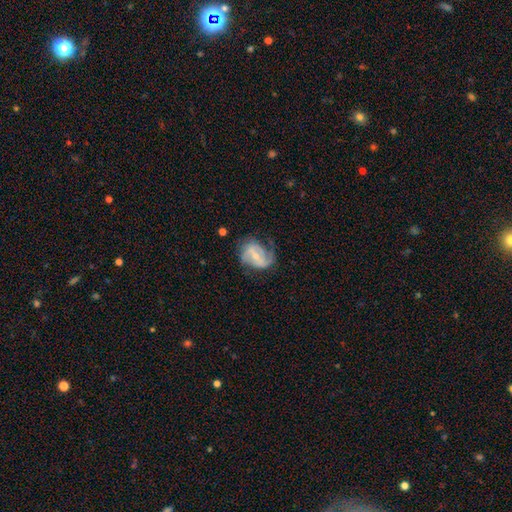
Smooth or featured: featured or disk — 85% (smooth — 13%)
Edge-on disk: no — 97% (yes — 3%)
Bar: strong — 47% (weak — 34%)
Spiral arms: yes — 94% (no — 6%)
Spiral winding: medium — 40% (loose — 33%)
Spiral arm count: 2 — 73% (1 — 13%)
Bulge size: moderate — 50% (small — 47%)
Merging: none — 53% (minor disturbance — 34%)